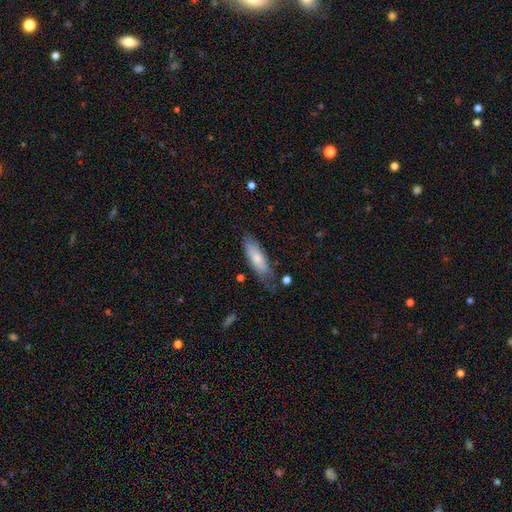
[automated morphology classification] Smooth or featured?
  - smooth: 64% *
  - featured or disk: 29%
  - star or artifact: 6%
How rounded?
  - cigar-shaped: 51% *
  - in between: 47%
  - round: 2%
Merging?
  - none: 57% *
  - minor disturbance: 30%
  - major disturbance: 11%
  - merger: 3%